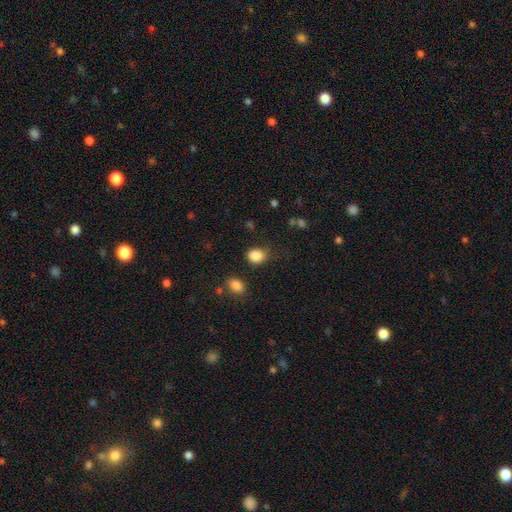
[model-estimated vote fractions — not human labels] Smooth or featured? Predicted: smooth (p=0.87). How rounded? Predicted: round (p=0.54). Merging? Predicted: none (p=0.76).